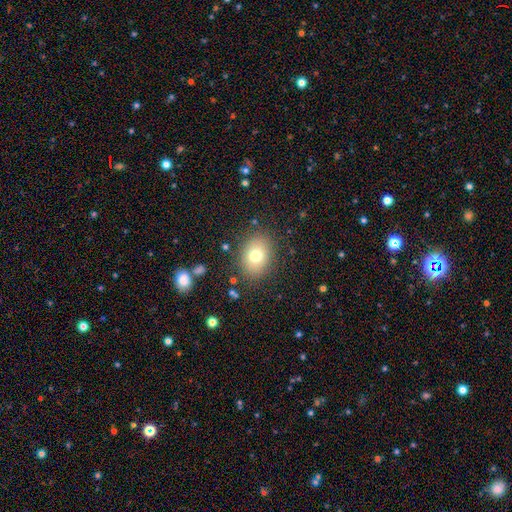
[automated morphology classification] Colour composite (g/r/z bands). It shows a smooth galaxy with no disk features (75%) that is in between round and cigar-shaped (58%). Merging: none (84%).